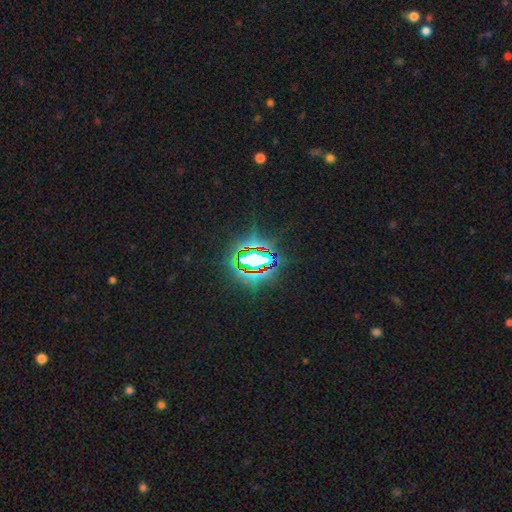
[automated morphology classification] type=star or artifact (83%).